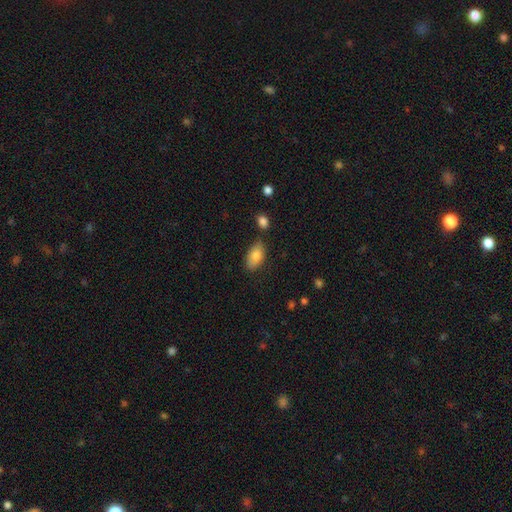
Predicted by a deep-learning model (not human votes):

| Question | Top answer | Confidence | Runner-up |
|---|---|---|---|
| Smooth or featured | smooth | 82% | featured or disk (11%) |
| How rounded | in between | 92% | round (4%) |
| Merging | none | 75% | minor disturbance (16%) |